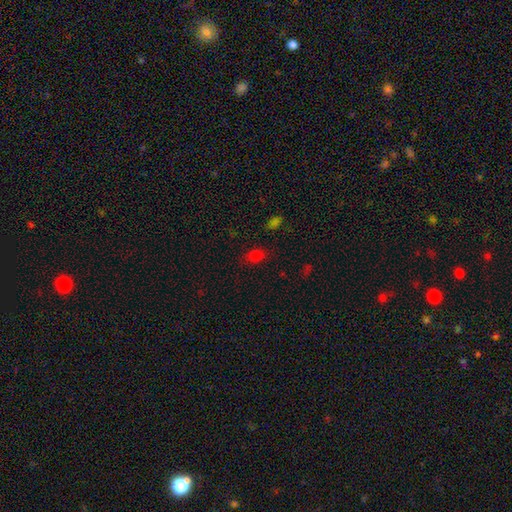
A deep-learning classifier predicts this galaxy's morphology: Smooth or featured? Predicted: smooth (p=0.75). How rounded? Predicted: in between (p=0.70). Merging? Predicted: none (p=0.77).